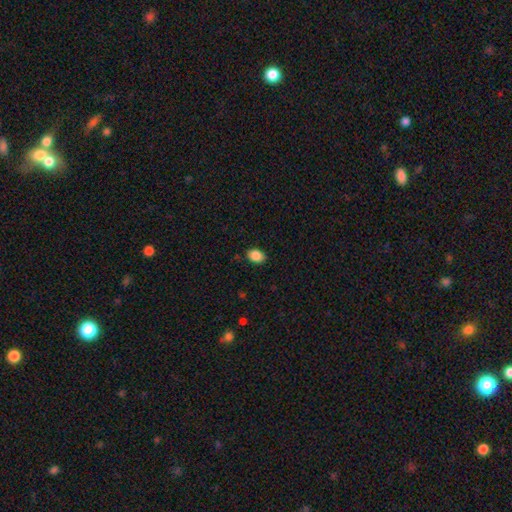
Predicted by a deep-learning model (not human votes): A smooth galaxy with no disk features (88%) that is in between round and cigar-shaped (78%). Merging: none (87%).